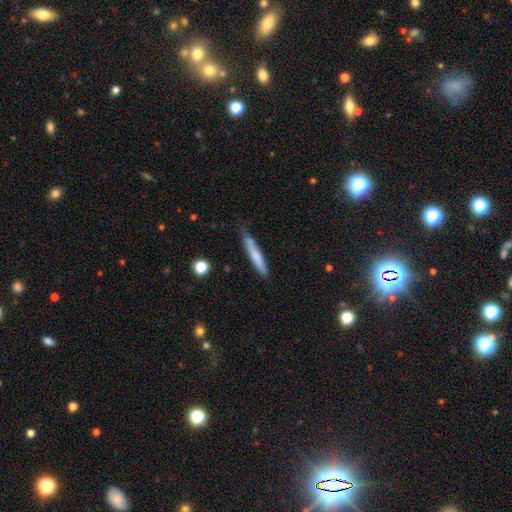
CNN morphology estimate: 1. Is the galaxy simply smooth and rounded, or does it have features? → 69% smooth, 25% featured or disk, 6% star or artifact.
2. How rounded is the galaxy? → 93% cigar-shaped, 5% in between, 1% round.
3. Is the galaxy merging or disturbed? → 68% none, 24% minor disturbance, 4% major disturbance, 3% merger.